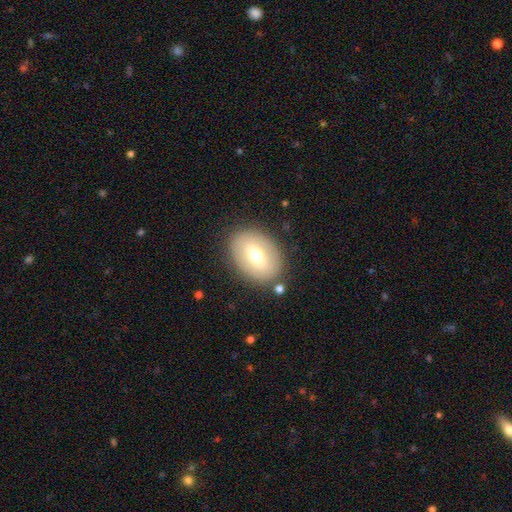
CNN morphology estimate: A smooth galaxy with no disk features (57%) that is in between round and cigar-shaped (80%).

Vote fractions:
- Smooth or featured? smooth: 57% / featured or disk: 35% / star or artifact: 8%
- How rounded? in between: 80% / round: 19% / cigar-shaped: 1%
- Merging? none: 84% / minor disturbance: 10% / major disturbance: 3% / merger: 3%